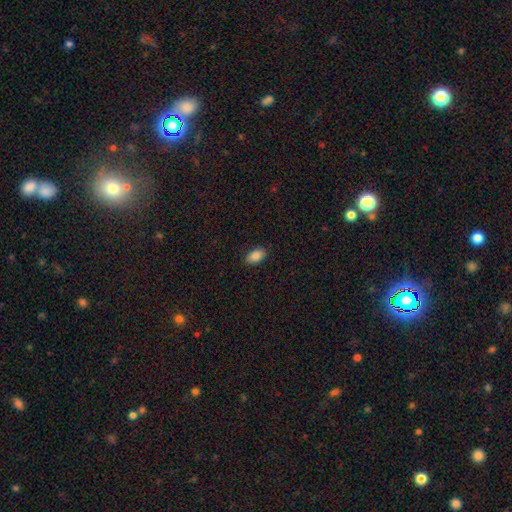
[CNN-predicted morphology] This is clearly a smooth galaxy (86%). How rounded: clearly in between (93%). Merging: clearly none (88%).